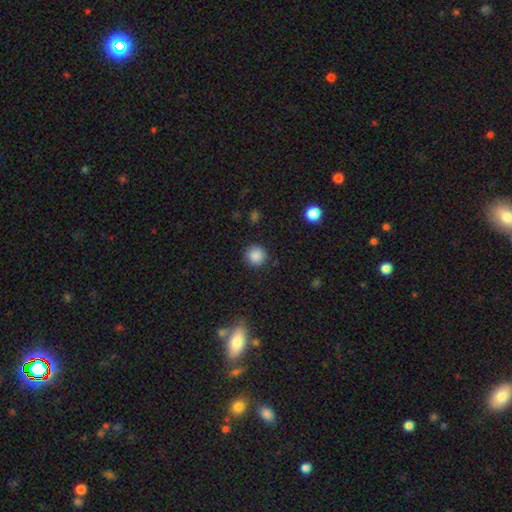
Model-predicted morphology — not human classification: type=smooth (86%); roundness=round (95%); merging=none (90%).